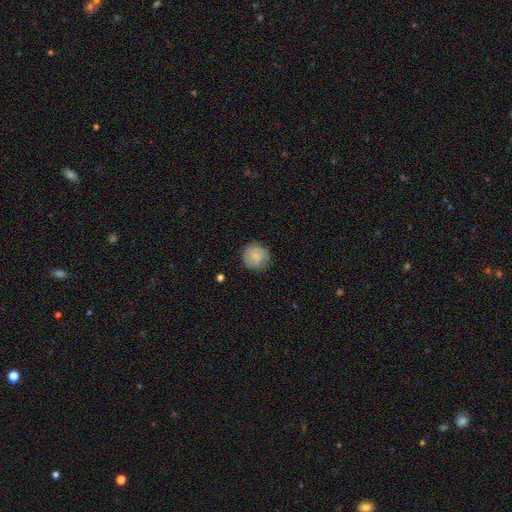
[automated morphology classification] Smooth or featured?
  - smooth: 69% *
  - featured or disk: 24%
  - star or artifact: 8%
How rounded?
  - round: 92% *
  - in between: 7%
  - cigar-shaped: 1%
Merging?
  - none: 83% *
  - minor disturbance: 12%
  - major disturbance: 4%
  - merger: 1%